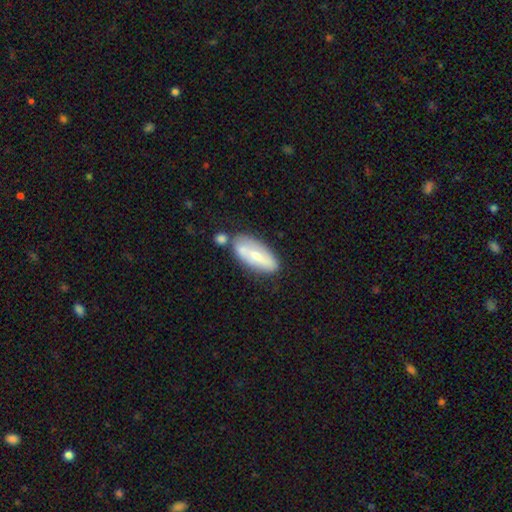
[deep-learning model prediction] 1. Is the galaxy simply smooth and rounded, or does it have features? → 47% smooth (tied), 47% featured or disk (tied), 6% star or artifact.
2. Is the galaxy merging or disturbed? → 63% none, 17% minor disturbance, 15% merger, 5% major disturbance.